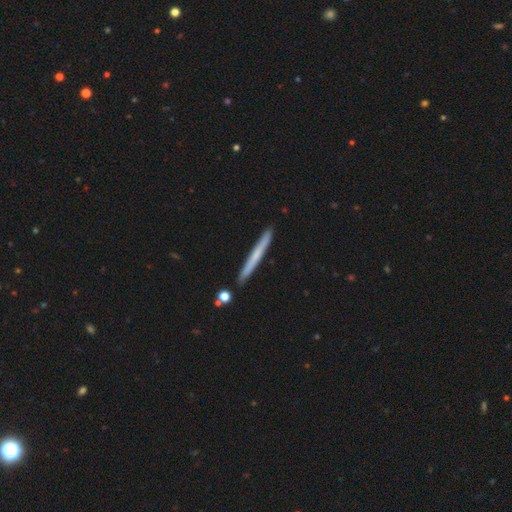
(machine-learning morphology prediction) type=smooth (53%); roundness=cigar-shaped (97%); merging=none (90%).